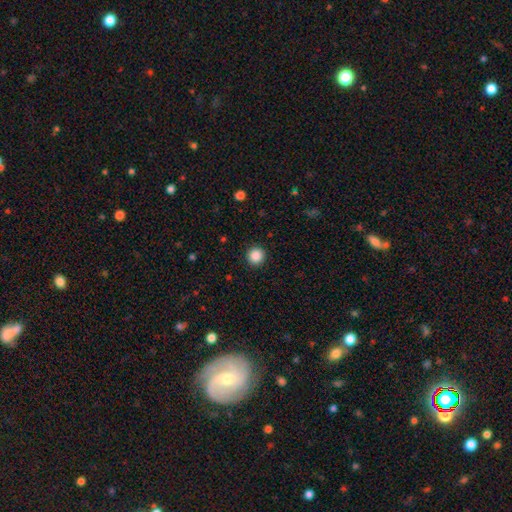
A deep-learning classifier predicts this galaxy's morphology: Smooth or featured: smooth — 88% (star or artifact — 10%)
How rounded: round — 95% (in between — 4%)
Merging: none — 92% (minor disturbance — 5%)